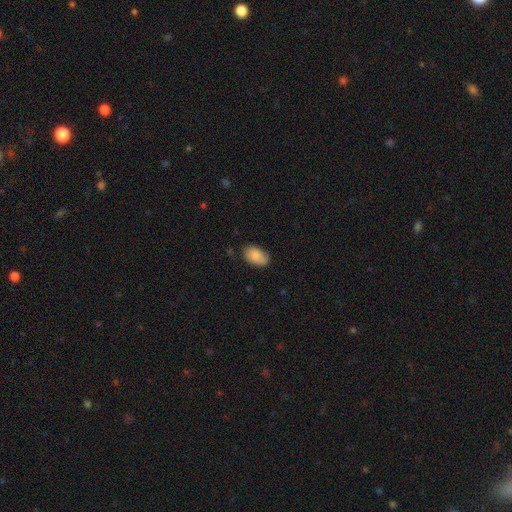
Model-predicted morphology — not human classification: A smooth galaxy with no disk features (85%) that is in between round and cigar-shaped (92%).

Vote fractions:
- Smooth or featured? smooth: 85% / featured or disk: 8% / star or artifact: 7%
- How rounded? in between: 92% / round: 6% / cigar-shaped: 1%
- Merging? none: 75% / minor disturbance: 20% / major disturbance: 4% / merger: 1%